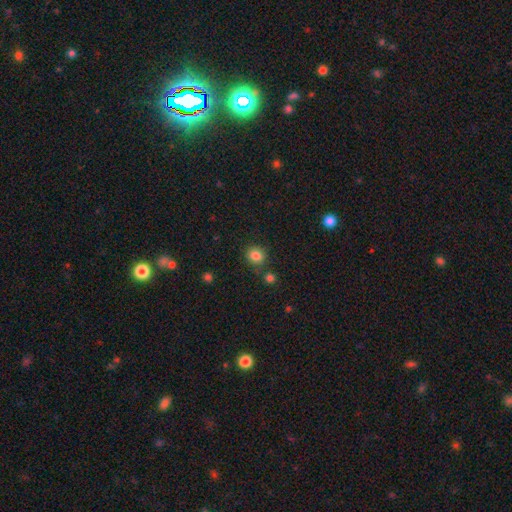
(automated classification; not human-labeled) This is clearly a smooth galaxy (84%). How rounded: clearly round (81%). Merging: likely none (79%).